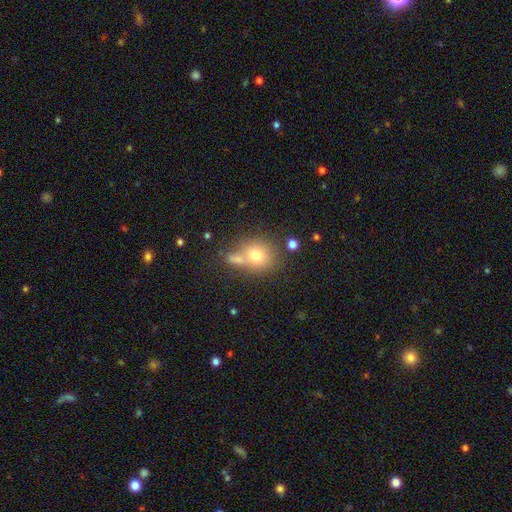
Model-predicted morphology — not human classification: Overall: smooth (73%). How rounded: round (78%). Merging: none (53%; merger 30%).